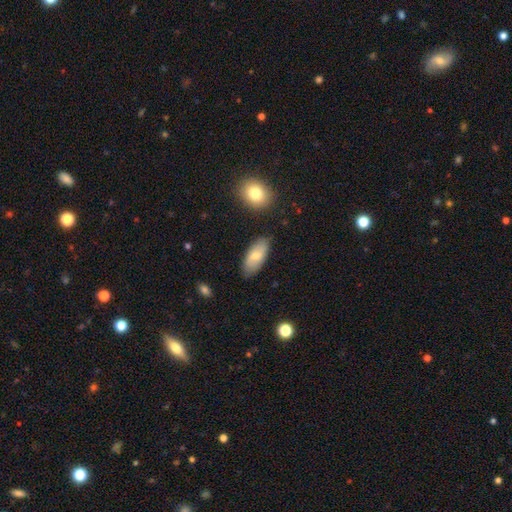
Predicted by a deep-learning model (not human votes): Smooth or featured? Predicted: smooth (p=0.69). How rounded? Predicted: in between (p=0.88). Merging? Predicted: none (p=0.80).